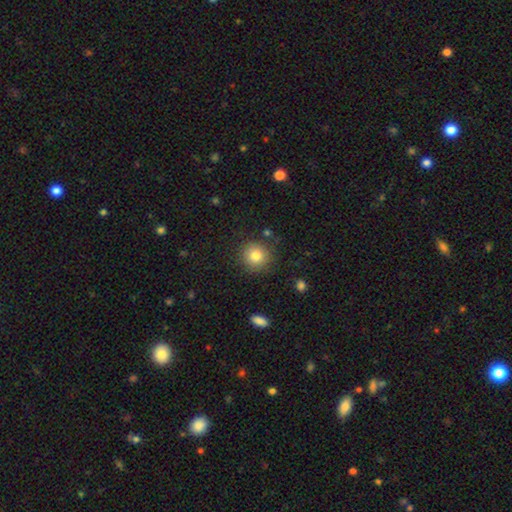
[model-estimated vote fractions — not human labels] Smooth or featured? Predicted: smooth (p=0.83). How rounded? Predicted: round (p=0.91). Merging? Predicted: none (p=0.86).